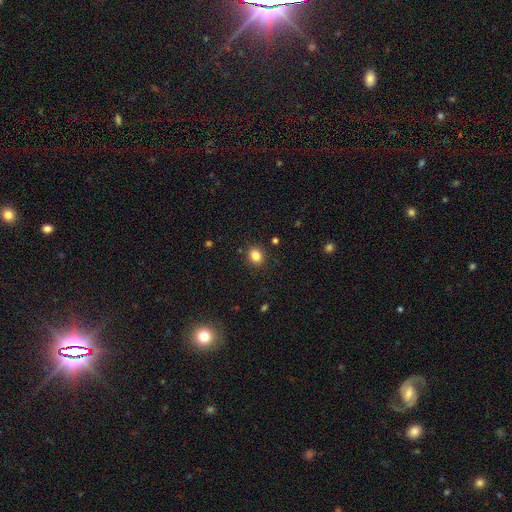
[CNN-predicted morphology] smooth-or-featured: smooth: 84% | star or artifact: 11% | featured or disk: 5%
  how-rounded: round: 62% | in between: 37% | cigar-shaped: 1%
  merging: none: 89% | minor disturbance: 7% | major disturbance: 2% | merger: 1%